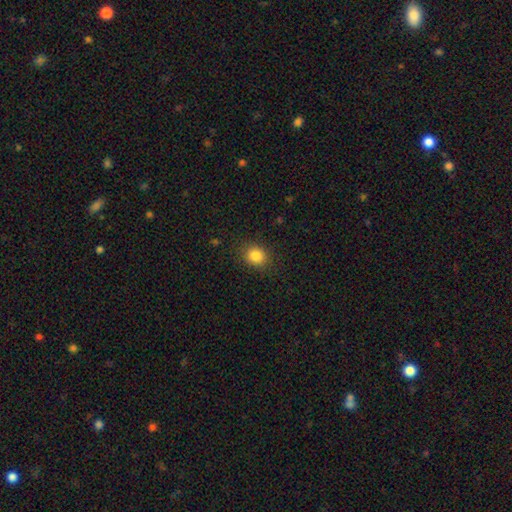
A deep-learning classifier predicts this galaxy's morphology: Overall: smooth (84%). How rounded: round (66%; in between 33%). Merging: none (87%).